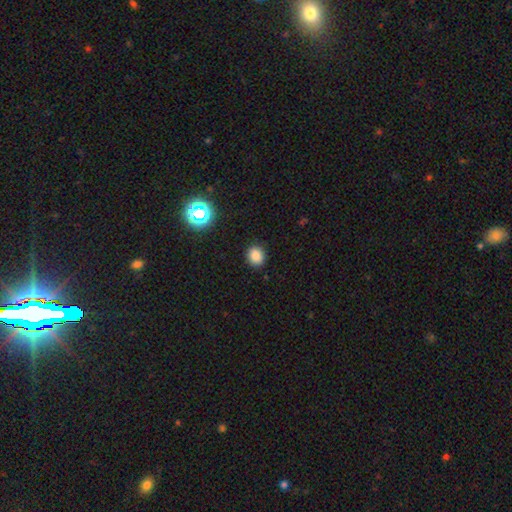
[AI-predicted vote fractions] Smooth or featured? smooth (81%)
How rounded? round (64%)
Merging? none (89%)